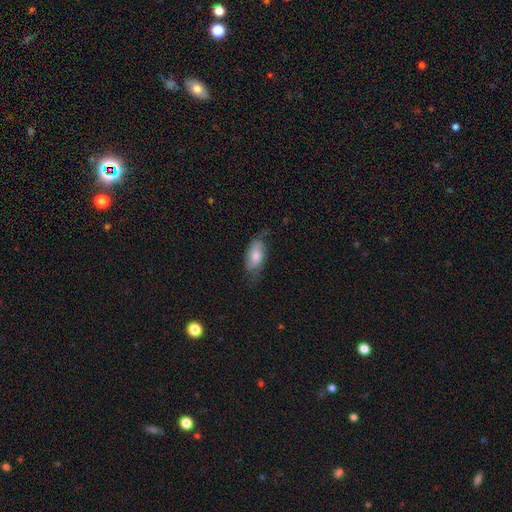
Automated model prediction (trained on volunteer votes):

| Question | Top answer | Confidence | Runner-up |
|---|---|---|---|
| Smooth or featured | smooth | 61% | featured or disk (31%) |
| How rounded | in between | 88% | cigar-shaped (7%) |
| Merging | none | 60% | minor disturbance (28%) |